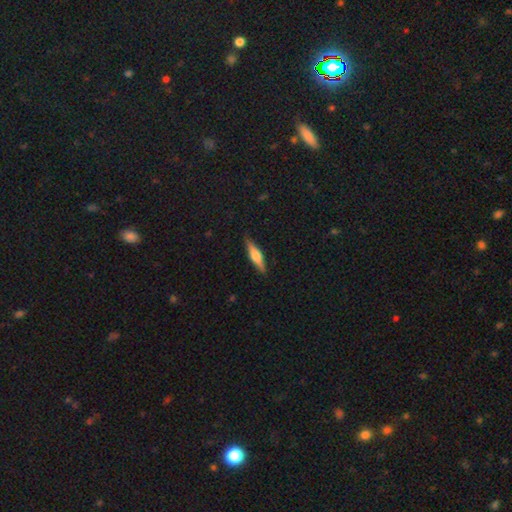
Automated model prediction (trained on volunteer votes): Smooth or featured: featured or disk — 55% (smooth — 39%)
Edge-on disk: yes — 96% (no — 4%)
Edge-on bulge: rounded — 88% (boxy — 9%)
Merging: none — 88% (minor disturbance — 9%)